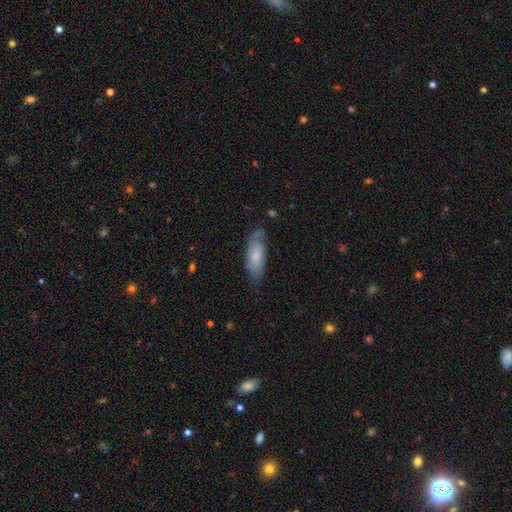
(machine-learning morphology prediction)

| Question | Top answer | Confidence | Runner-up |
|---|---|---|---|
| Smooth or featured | smooth | 66% | featured or disk (28%) |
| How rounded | in between | 70% | cigar-shaped (28%) |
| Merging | none | 61% | minor disturbance (29%) |